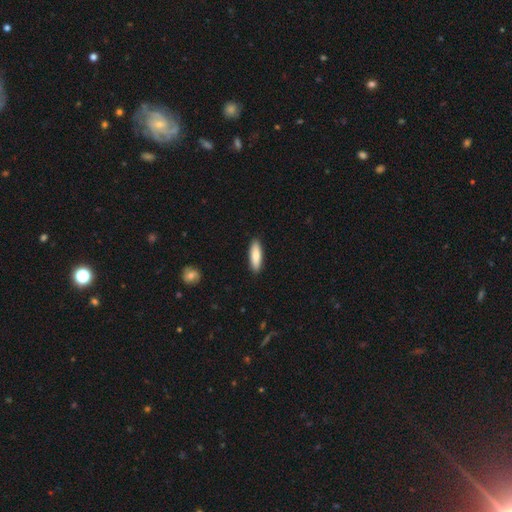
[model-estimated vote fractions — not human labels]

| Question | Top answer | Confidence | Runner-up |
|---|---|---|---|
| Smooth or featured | smooth | 83% | featured or disk (12%) |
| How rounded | cigar-shaped | 53% | in between (45%) |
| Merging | none | 90% | minor disturbance (7%) |